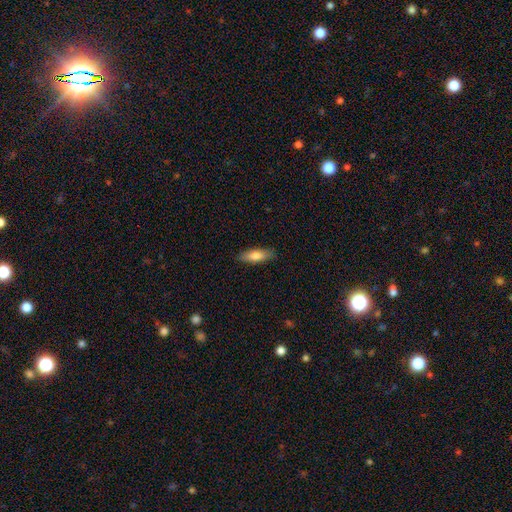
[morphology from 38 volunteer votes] This appears to be a smooth galaxy with no disk features (82%) that is in between round and cigar-shaped (68%). Merging: none (97%).